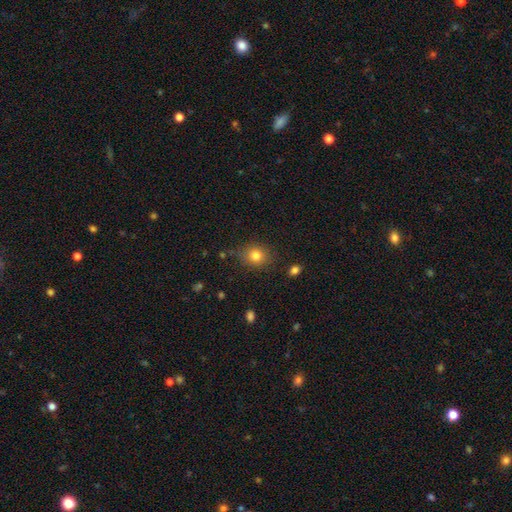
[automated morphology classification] This appears to be a smooth galaxy with no disk features (80%) that is round (68%). Merging: none (79%).